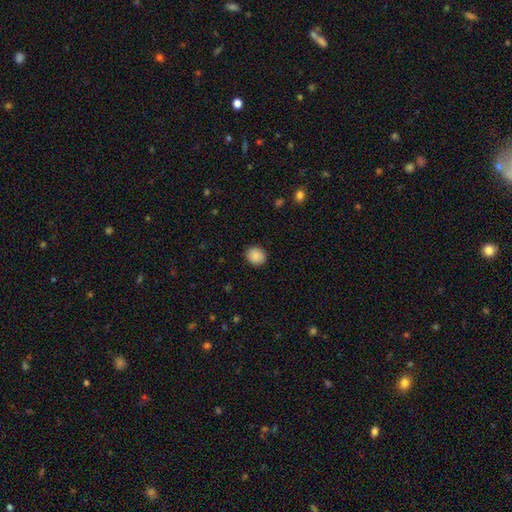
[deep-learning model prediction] smooth 88%, star or artifact 8%, featured or disk 4%. Down the decision tree: how rounded — round (79%); merging — none (90%).